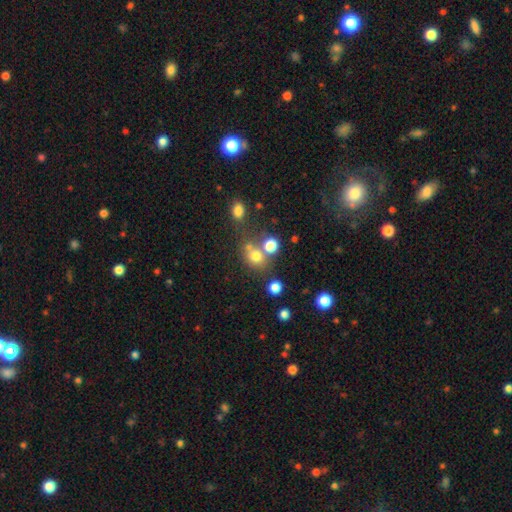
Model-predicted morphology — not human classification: This appears to be a smooth galaxy with no disk features (72%) that is round (71%). Merging: none (56%).